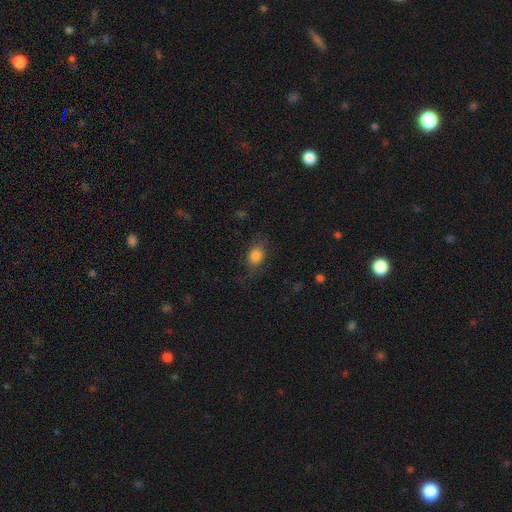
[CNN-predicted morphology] A smooth galaxy with no disk features (79%) that is in between round and cigar-shaped (65%).

Vote fractions:
- Smooth or featured? smooth: 79% / featured or disk: 11% / star or artifact: 10%
- How rounded? in between: 65% / round: 33% / cigar-shaped: 3%
- Merging? none: 66% / minor disturbance: 21% / major disturbance: 12% / merger: 1%